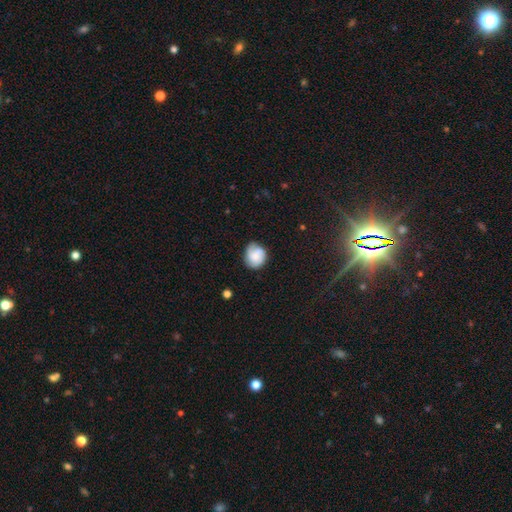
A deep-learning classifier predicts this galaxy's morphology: Overall: smooth (48%; featured or disk 44%). Merging: none (71%).